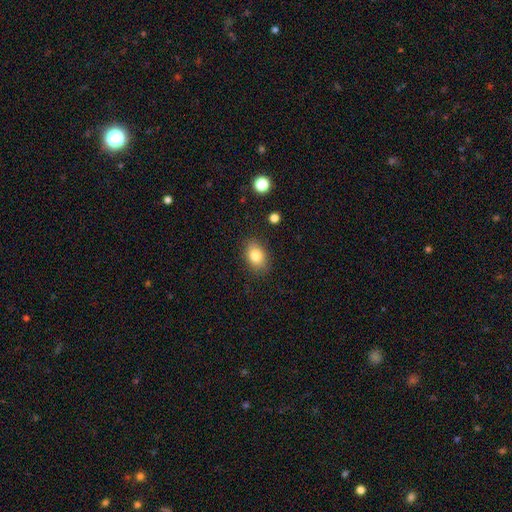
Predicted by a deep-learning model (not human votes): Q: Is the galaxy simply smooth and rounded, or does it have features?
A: smooth — 81%.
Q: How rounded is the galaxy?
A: in between — 79%.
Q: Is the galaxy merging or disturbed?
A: none — 85%.